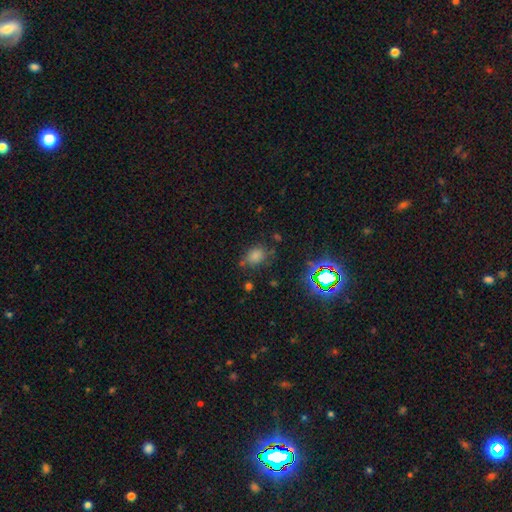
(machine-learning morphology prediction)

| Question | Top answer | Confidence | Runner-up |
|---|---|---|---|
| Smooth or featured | smooth | 72% | star or artifact (21%) |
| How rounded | in between | 60% | round (38%) |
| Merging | none | 68% | minor disturbance (20%) |